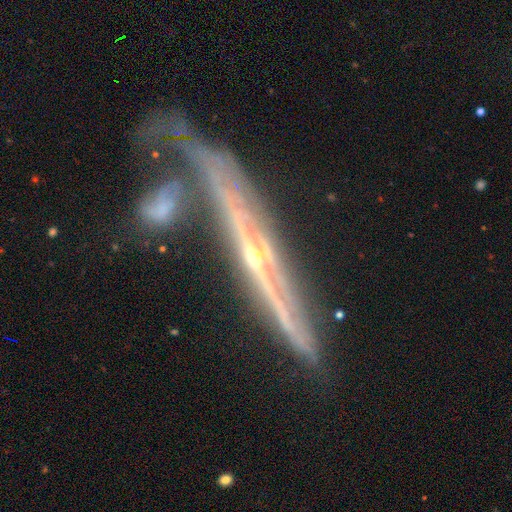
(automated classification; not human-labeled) Smooth or featured? Predicted: featured or disk (p=0.82). Edge-on disk? Predicted: yes (p=0.88). Edge-on bulge? Predicted: rounded (p=0.73). Merging? Predicted: none (p=0.60).